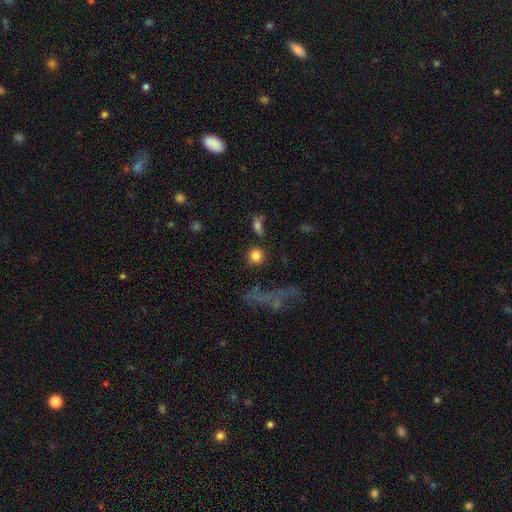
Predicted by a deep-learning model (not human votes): smooth-or-featured: smooth: 82% | star or artifact: 11% | featured or disk: 8%
  how-rounded: round: 91% | in between: 7% | cigar-shaped: 2%
  merging: none: 77% | minor disturbance: 9% | merger: 8% | major disturbance: 5%